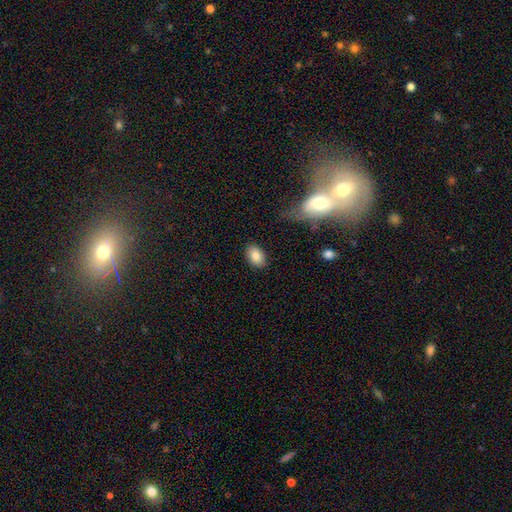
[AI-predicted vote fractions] Smooth or featured? smooth (85%)
How rounded? in between (88%)
Merging? none (85%)